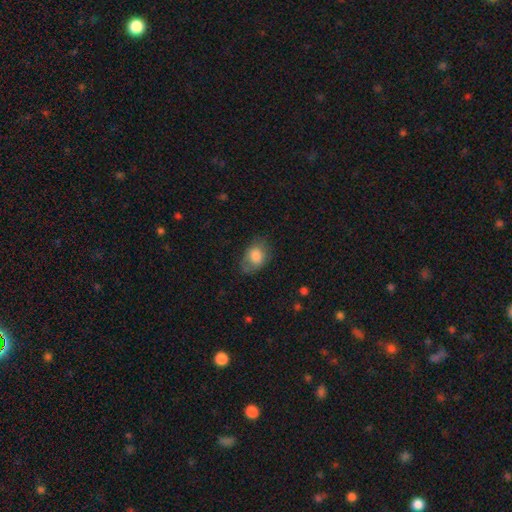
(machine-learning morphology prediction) smooth-or-featured: smooth: 79% | featured or disk: 13% | star or artifact: 7%
  how-rounded: in between: 73% | round: 25% | cigar-shaped: 1%
  merging: none: 63% | minor disturbance: 25% | major disturbance: 11% | merger: 1%